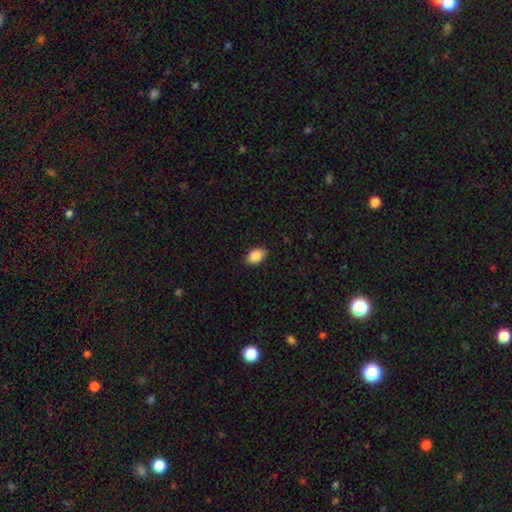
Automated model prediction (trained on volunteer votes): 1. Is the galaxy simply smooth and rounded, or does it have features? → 89% smooth, 7% star or artifact, 4% featured or disk.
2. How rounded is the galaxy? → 85% in between, 14% round, 1% cigar-shaped.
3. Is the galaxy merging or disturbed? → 89% none, 8% minor disturbance, 2% major disturbance, 1% merger.